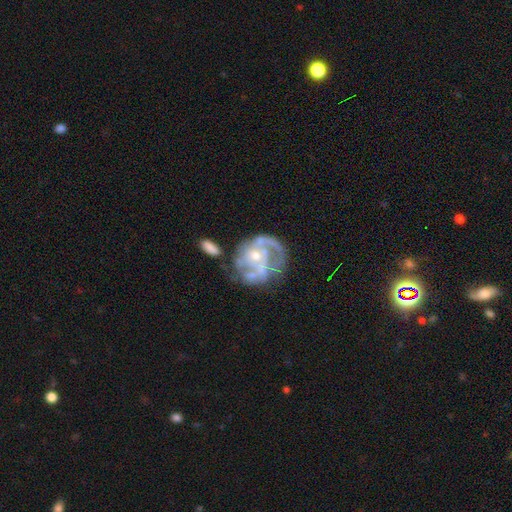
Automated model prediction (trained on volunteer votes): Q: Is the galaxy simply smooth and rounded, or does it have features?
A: featured or disk — 81%.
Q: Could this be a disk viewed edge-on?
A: no — 98%.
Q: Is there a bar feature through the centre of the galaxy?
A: no — 72%.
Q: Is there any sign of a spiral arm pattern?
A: yes — 78%.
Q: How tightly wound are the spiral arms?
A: tight — 45%.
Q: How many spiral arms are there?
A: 2 — 33%, tied with can't tell.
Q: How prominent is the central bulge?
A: small — 59%.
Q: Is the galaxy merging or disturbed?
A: none — 42%.